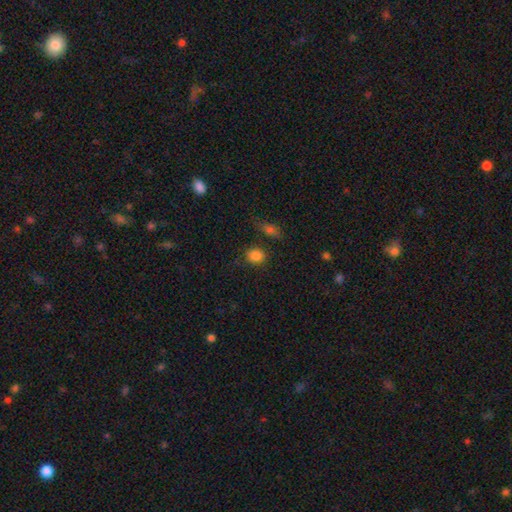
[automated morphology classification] Smooth or featured?
  - smooth: 84% *
  - star or artifact: 11%
  - featured or disk: 5%
How rounded?
  - round: 67% *
  - in between: 31%
  - cigar-shaped: 2%
Merging?
  - none: 76% *
  - minor disturbance: 13%
  - merger: 7%
  - major disturbance: 4%